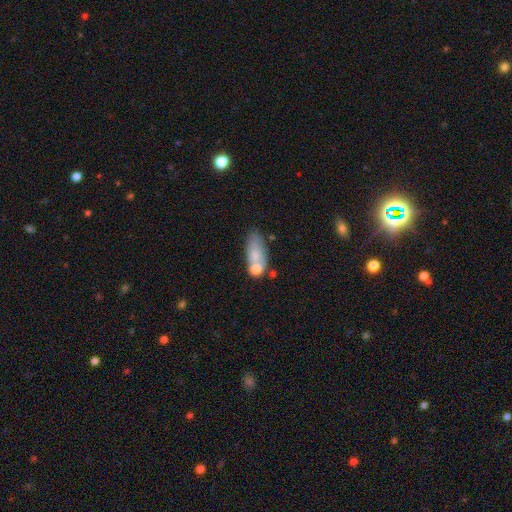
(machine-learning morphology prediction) Q: Smooth or featured?
A: smooth (65%); runner-up: featured or disk (26%)
Q: How rounded?
A: in between (80%); runner-up: cigar-shaped (14%)
Q: Merging?
A: none (37%); runner-up: merger (33%)